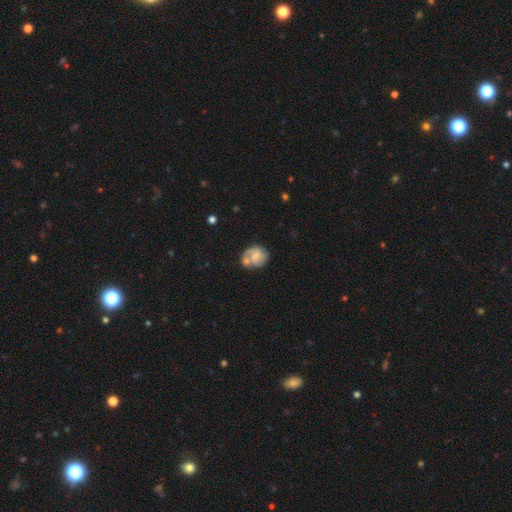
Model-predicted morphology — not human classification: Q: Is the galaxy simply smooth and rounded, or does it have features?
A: featured or disk — 50%.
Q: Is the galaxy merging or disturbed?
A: none — 44%.